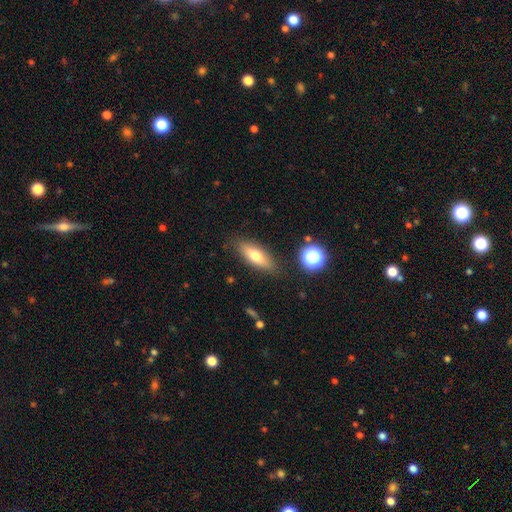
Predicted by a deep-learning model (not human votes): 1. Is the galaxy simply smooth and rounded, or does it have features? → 67% smooth, 25% featured or disk, 8% star or artifact.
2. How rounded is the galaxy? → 60% in between, 37% cigar-shaped, 4% round.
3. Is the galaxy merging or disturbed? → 84% none, 11% minor disturbance, 3% major disturbance, 2% merger.